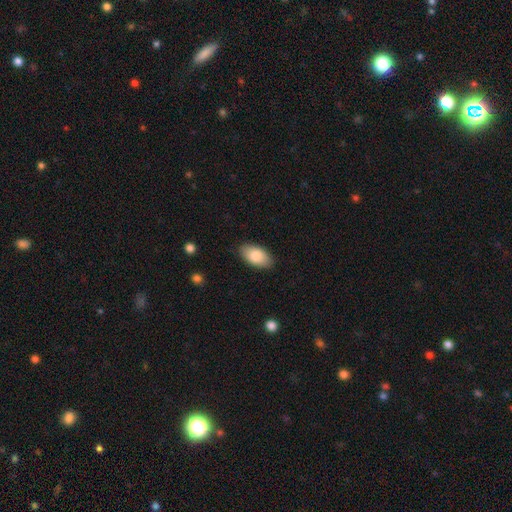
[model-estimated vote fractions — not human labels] Overall: smooth (86%). How rounded: in between (95%). Merging: none (87%).